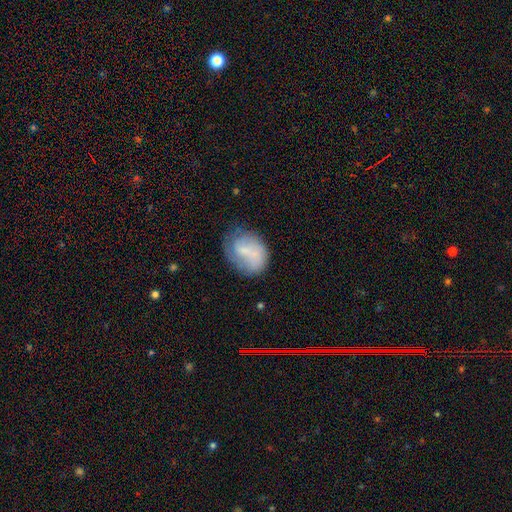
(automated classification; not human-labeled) smooth-or-featured: smooth: 56% | featured or disk: 37% | star or artifact: 8%
  how-rounded: in between: 52% | round: 47% | cigar-shaped: 1%
  merging: none: 48% | minor disturbance: 28% | major disturbance: 17% | merger: 8%